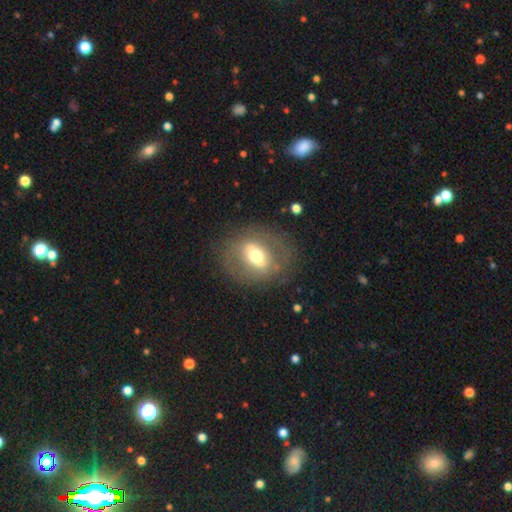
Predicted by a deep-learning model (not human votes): A featured or disk galaxy (50%).

Vote fractions:
- Smooth or featured? featured or disk: 50% / smooth: 40% / star or artifact: 9%
- Edge-on disk? no: 87% / yes: 13%
- Merging? none: 76% / minor disturbance: 13% / major disturbance: 9% / merger: 1%